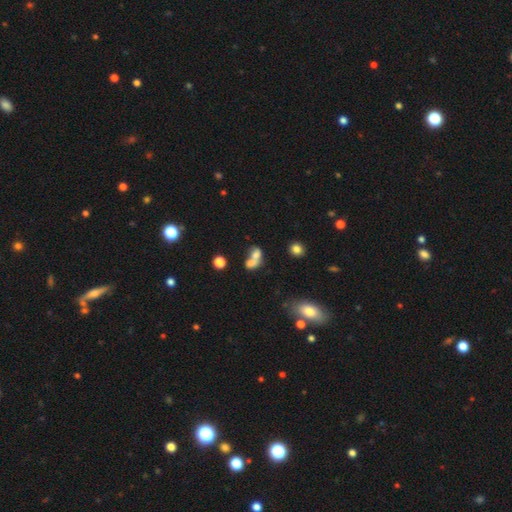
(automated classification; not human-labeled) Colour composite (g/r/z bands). It shows a smooth galaxy with no disk features (67%) that is in between round and cigar-shaped (64%). Merging: merger (67%).